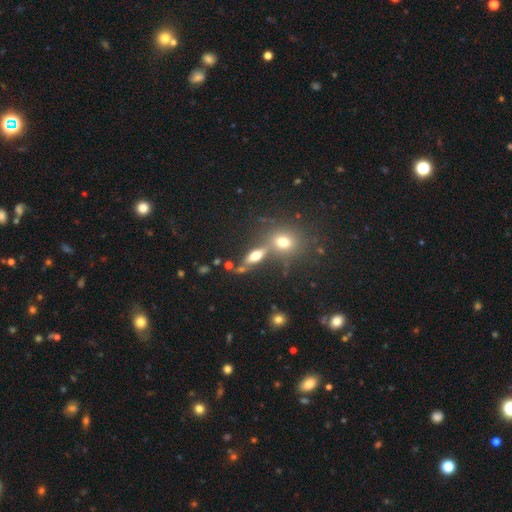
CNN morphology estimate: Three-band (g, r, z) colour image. It shows a smooth galaxy with no disk features (56%) that is in between round and cigar-shaped (61%). Merging: none (57%).